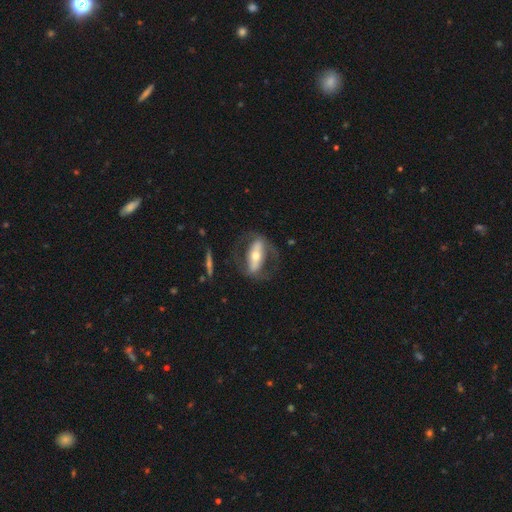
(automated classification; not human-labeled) Q: Smooth or featured?
A: featured or disk (72%); runner-up: smooth (22%)
Q: Edge-on disk?
A: no (74%); runner-up: yes (26%)
Q: Bar?
A: strong (65%); runner-up: no (21%)
Q: Spiral arms?
A: yes (56%); runner-up: no (44%)
Q: Bulge size?
A: moderate (55%); runner-up: small (35%)
Q: Merging?
A: none (64%); runner-up: major disturbance (19%)